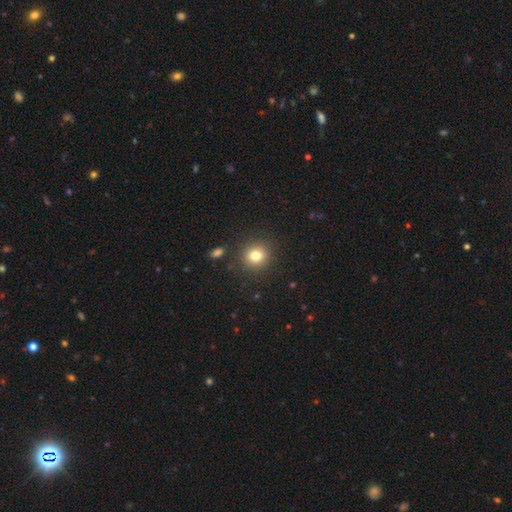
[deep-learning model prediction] A smooth galaxy with no disk features (80%) that is round (87%). Merging: none (89%).